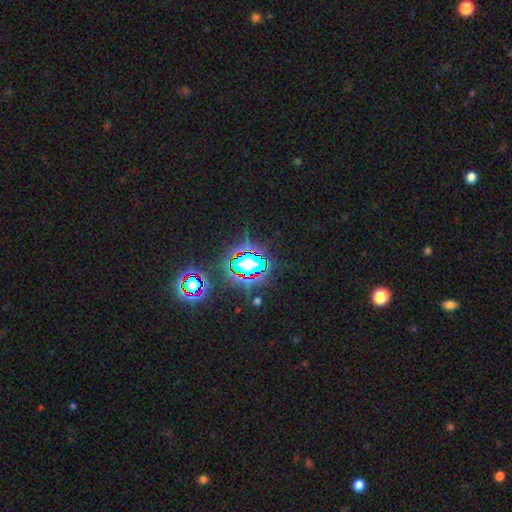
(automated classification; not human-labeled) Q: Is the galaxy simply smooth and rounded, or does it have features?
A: star or artifact — 80%.